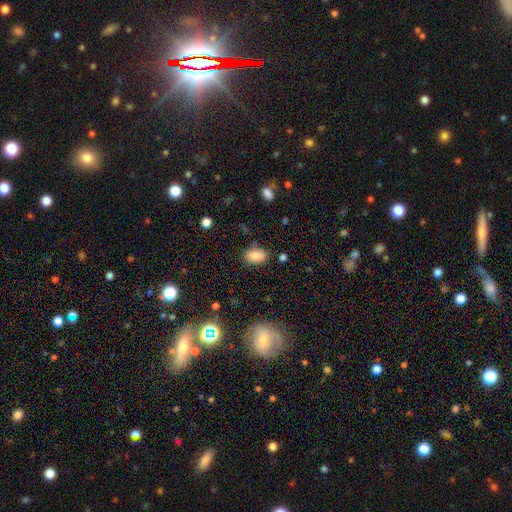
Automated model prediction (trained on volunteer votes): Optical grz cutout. It shows a smooth galaxy with no disk features (84%) that is in between round and cigar-shaped (87%). Merging: none (80%).